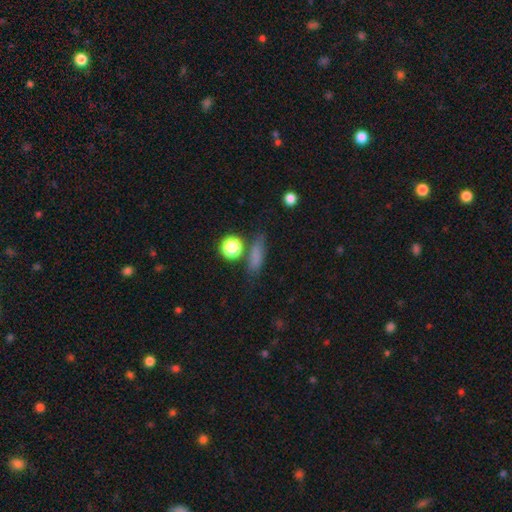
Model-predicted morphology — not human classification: This is likely a smooth galaxy (73%). How rounded: possibly cigar-shaped (47%). Merging: likely none (70%).